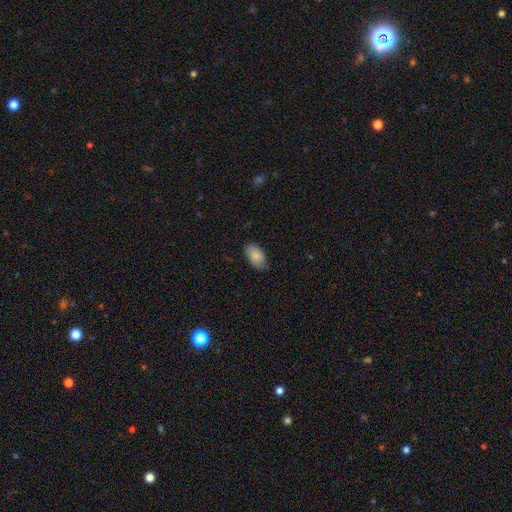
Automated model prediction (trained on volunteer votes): A smooth galaxy with no disk features (83%) that is in between round and cigar-shaped (94%).

Vote fractions:
- Smooth or featured? smooth: 83% / featured or disk: 10% / star or artifact: 6%
- How rounded? in between: 94% / round: 5% / cigar-shaped: 2%
- Merging? none: 75% / minor disturbance: 20% / major disturbance: 3% / merger: 1%